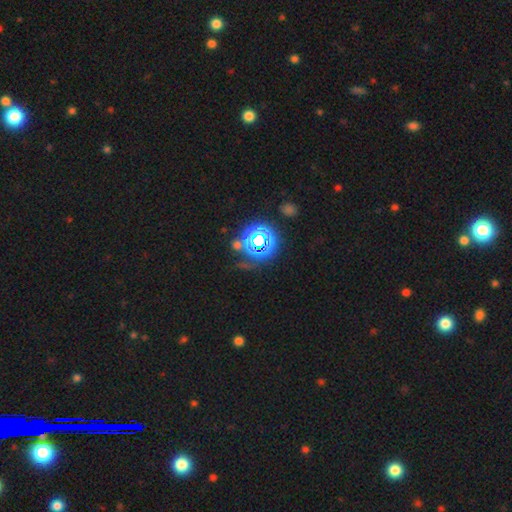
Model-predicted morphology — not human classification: The model was most divided on "smooth or featured": smooth: 48%, star or artifact: 40%, featured or disk: 12%. More confident: merging — none (82%).